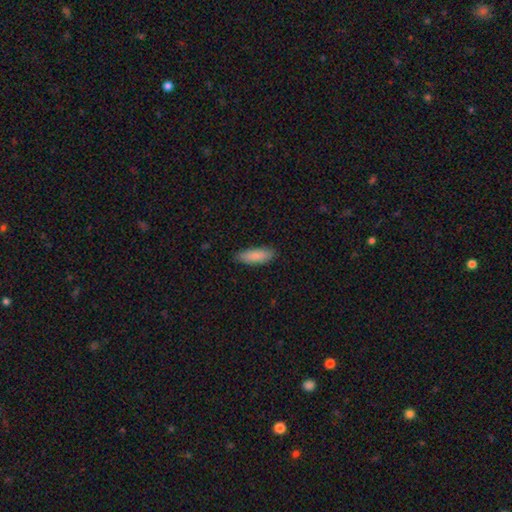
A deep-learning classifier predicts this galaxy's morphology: smooth_or_featured: smooth (p=0.88) [alt: featured or disk p=0.06]
how_rounded: in between (p=0.61) [alt: cigar-shaped p=0.37]
merging: none (p=0.86) [alt: minor disturbance p=0.11]